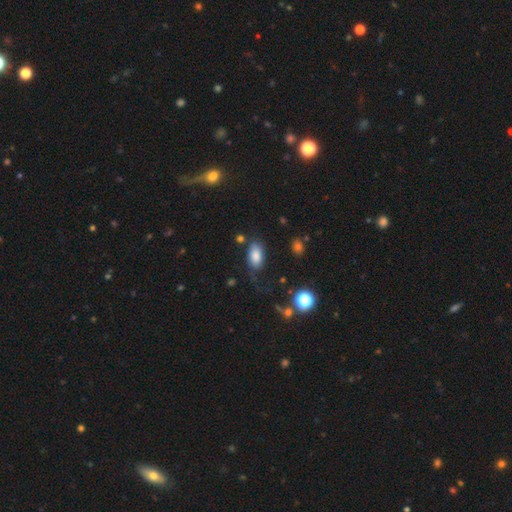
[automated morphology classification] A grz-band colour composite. It shows a smooth galaxy with no disk features (80%) that is in between round and cigar-shaped (92%). Merging: none (62%).